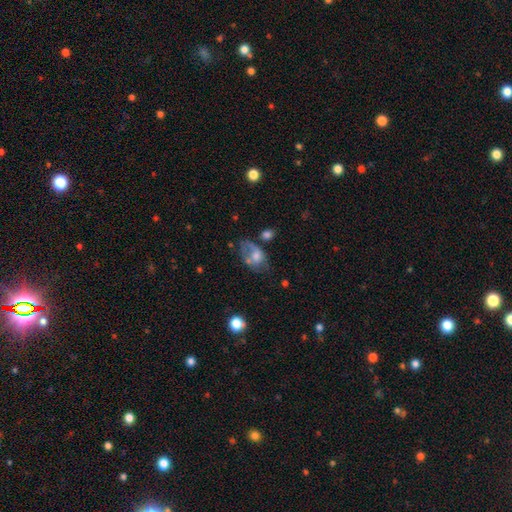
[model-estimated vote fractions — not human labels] Smooth or featured? smooth (53%)
How rounded? in between (83%)
Merging? major disturbance (30%)